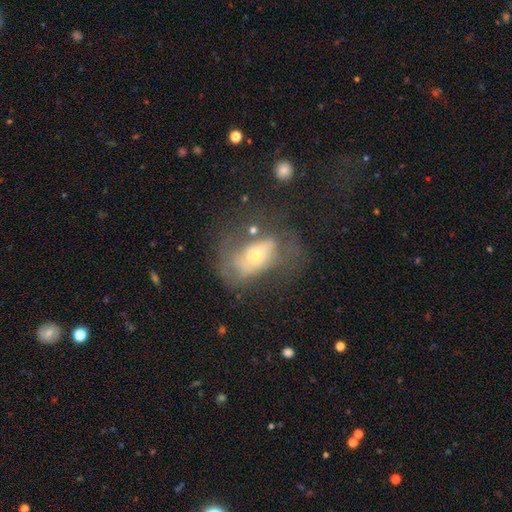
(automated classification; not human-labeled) Smooth or featured?
  - featured or disk: 52% *
  - smooth: 38%
  - star or artifact: 10%
Edge-on disk?
  - no: 92% *
  - yes: 8%
Merging?
  - major disturbance: 40% *
  - none: 32%
  - minor disturbance: 22%
  - merger: 6%